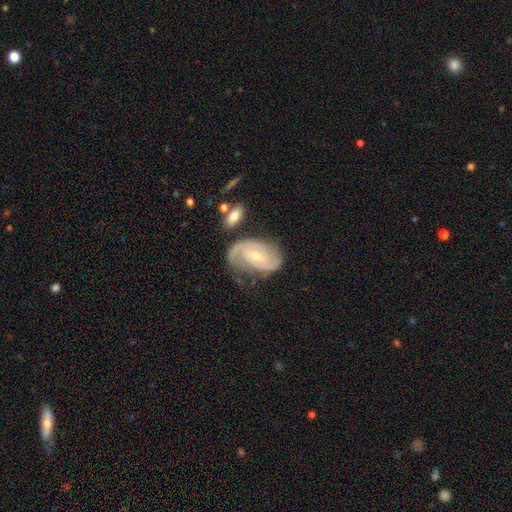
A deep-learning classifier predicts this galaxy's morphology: type=featured or disk (85%); edge-on=no (97%); bar=no (51%); spiral arms=yes (95%); winding=tight (51%); arm count=2 (73%); bulge=small (51%); merging=none (64%).